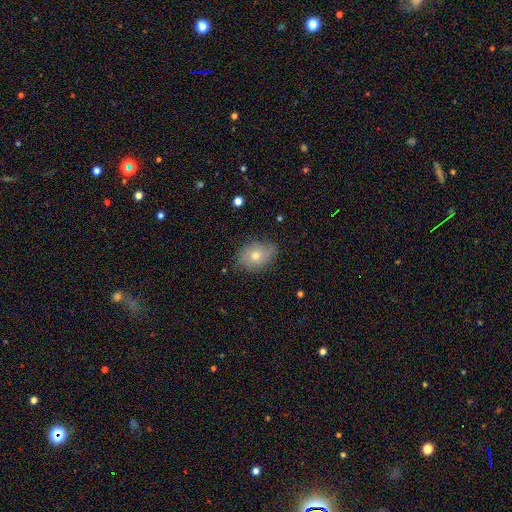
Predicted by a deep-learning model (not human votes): The model was most divided on "smooth or featured": smooth: 51%, featured or disk: 38%, star or artifact: 11%. More confident: merging — none (75%); how rounded — in between (67%).